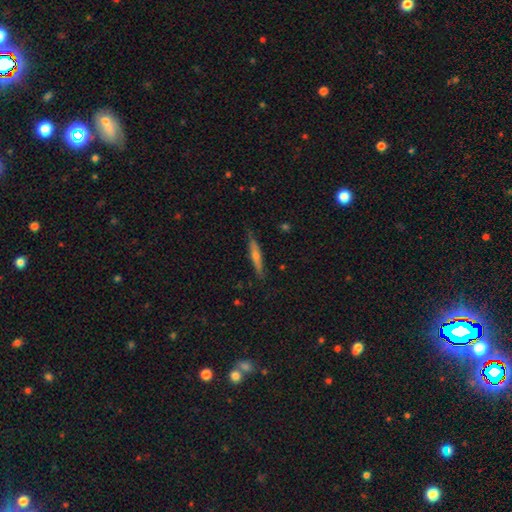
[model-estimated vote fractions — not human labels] smooth_or_featured: featured or disk (p=0.61) [alt: smooth p=0.30]
disk_edge_on: yes (p=0.95) [alt: no p=0.05]
edge_on_bulge: rounded (p=0.74) [alt: none p=0.20]
merging: none (p=0.87) [alt: minor disturbance p=0.10]